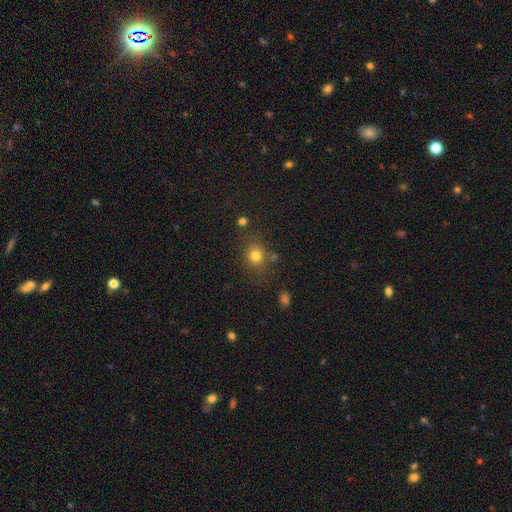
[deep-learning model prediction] This is likely a smooth galaxy (77%). How rounded: clearly round (80%). Merging: likely none (75%).